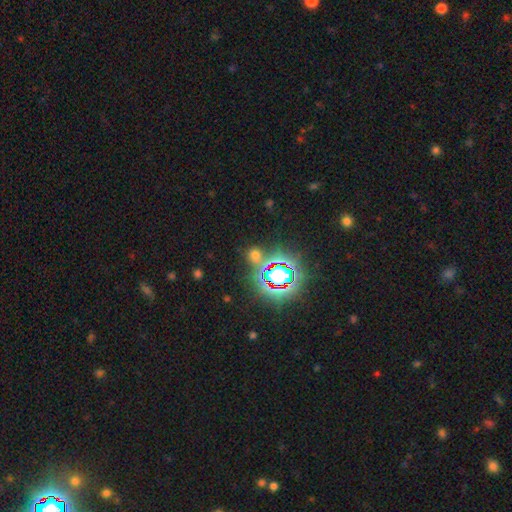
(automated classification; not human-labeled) smooth_or_featured: star or artifact (p=0.52) [alt: smooth p=0.41]